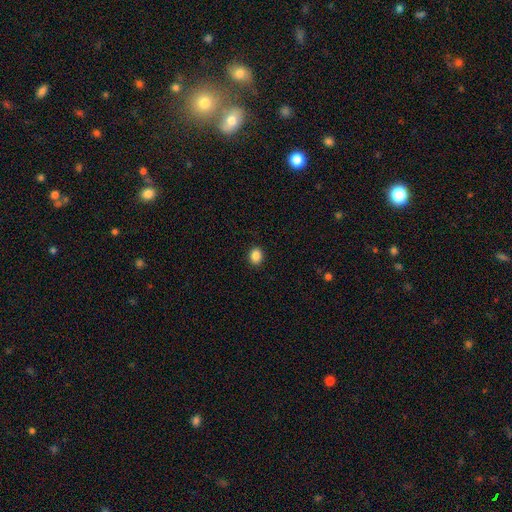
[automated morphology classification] smooth_or_featured: smooth (p=0.87) [alt: star or artifact p=0.09]
how_rounded: round (p=0.56) [alt: in between p=0.44]
merging: none (p=0.91) [alt: minor disturbance p=0.06]